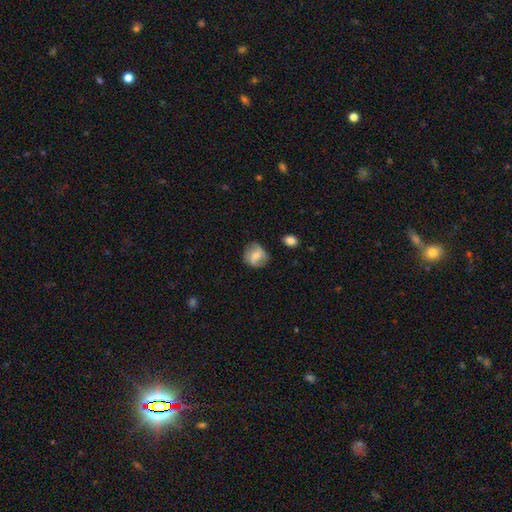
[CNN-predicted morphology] This appears to be a smooth galaxy with no disk features (54%) that is round (73%). Merging: none (71%).